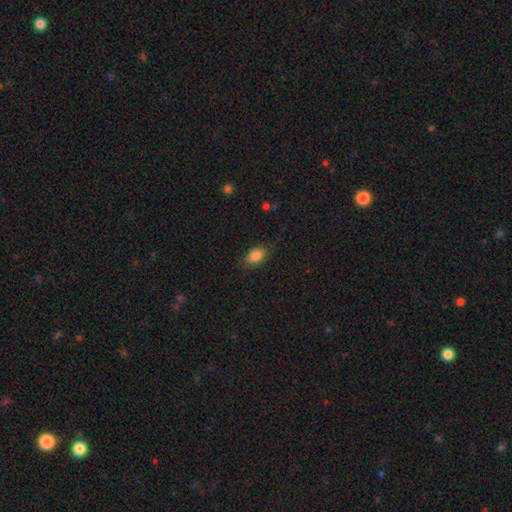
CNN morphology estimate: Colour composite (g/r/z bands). It shows a smooth galaxy with no disk features (85%) that is in between round and cigar-shaped (89%). Merging: none (79%).